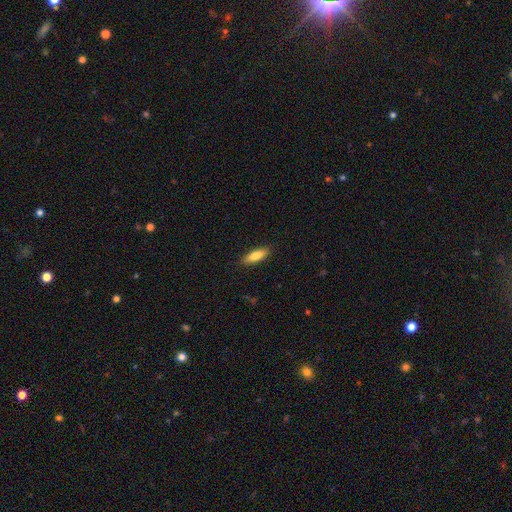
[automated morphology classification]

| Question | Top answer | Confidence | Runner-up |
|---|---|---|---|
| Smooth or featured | smooth | 79% | featured or disk (15%) |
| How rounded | in between | 53% | cigar-shaped (45%) |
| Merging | none | 87% | minor disturbance (10%) |